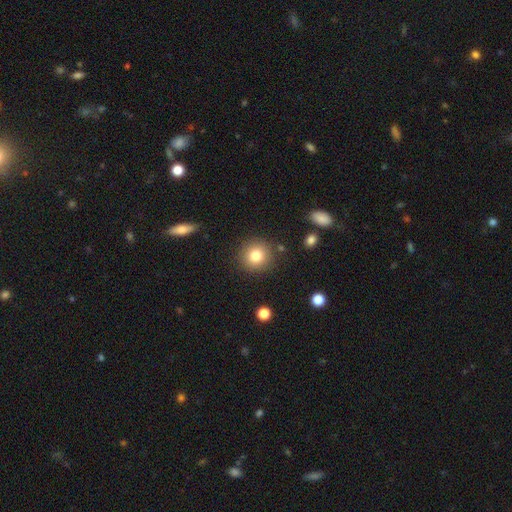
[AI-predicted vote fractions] A smooth galaxy with no disk features (81%) that is round (92%). Merging: none (87%).